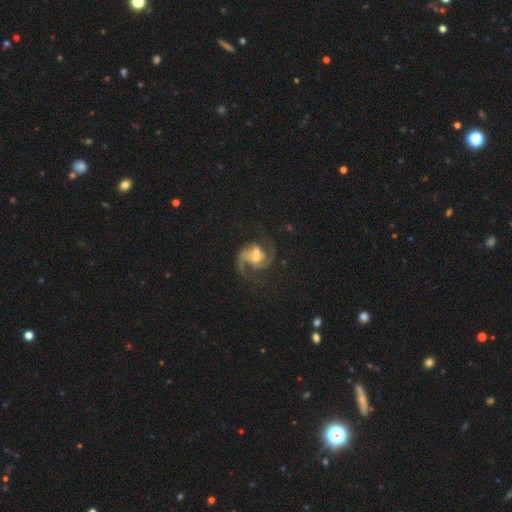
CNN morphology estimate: This is clearly a featured or disk galaxy (88%). It is clearly not viewed edge-on (98%). Bar: possibly weak (50%). Spiral arm pattern: clearly yes (97%). Spiral arm count: likely 2 (79%). Spiral winding: possibly medium (57%). Central bulge: possibly moderate (51%). Merging: possibly none (55%).